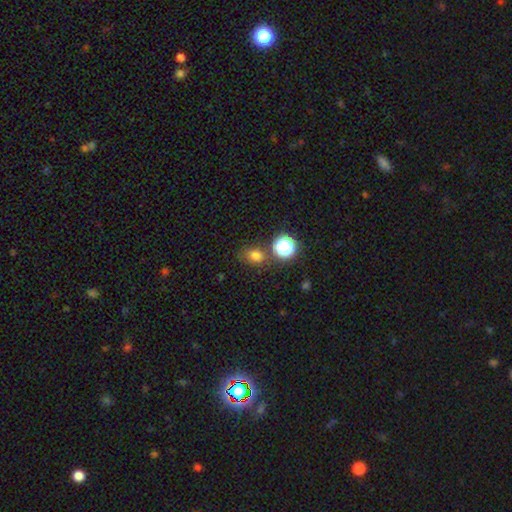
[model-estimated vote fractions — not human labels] Overall: smooth (73%). How rounded: in between (51%; round 48%). Merging: none (71%).